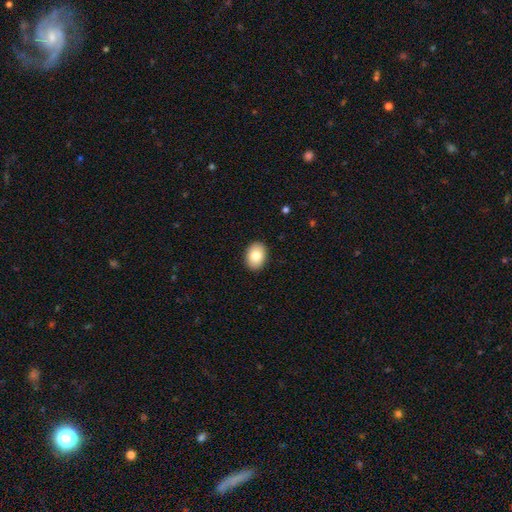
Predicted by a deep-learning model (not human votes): The model was most divided on "how rounded": in between: 76%, round: 24%, cigar-shaped: 1%. More confident: merging — none (91%); smooth or featured — smooth (84%).